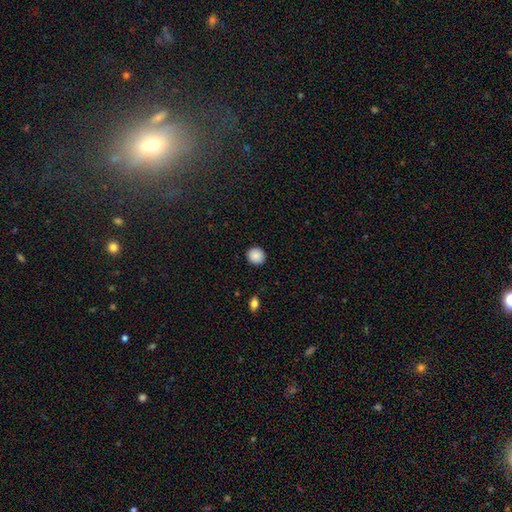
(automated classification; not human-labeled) This is clearly a smooth galaxy (89%). How rounded: clearly round (88%). Merging: clearly none (92%).